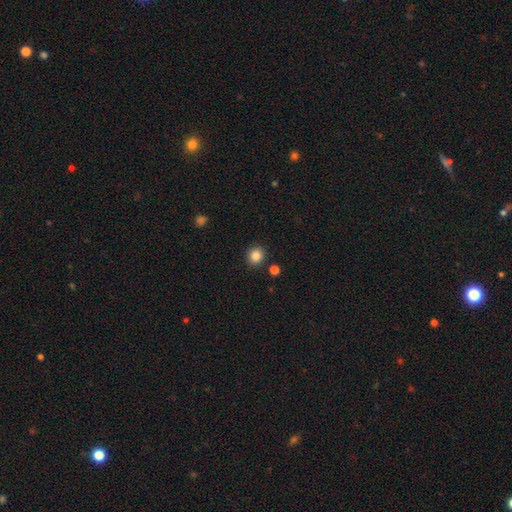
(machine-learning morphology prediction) A smooth galaxy with no disk features (85%) that is round (84%). Merging: none (89%).